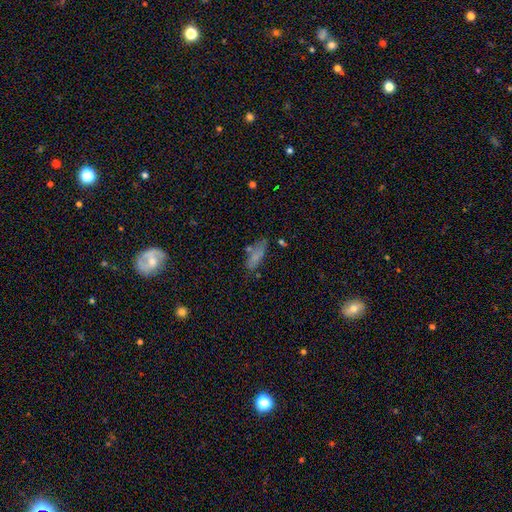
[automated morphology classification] Smooth or featured: smooth — 73% (featured or disk — 15%)
How rounded: in between — 62% (cigar-shaped — 35%)
Merging: none — 61% (minor disturbance — 21%)